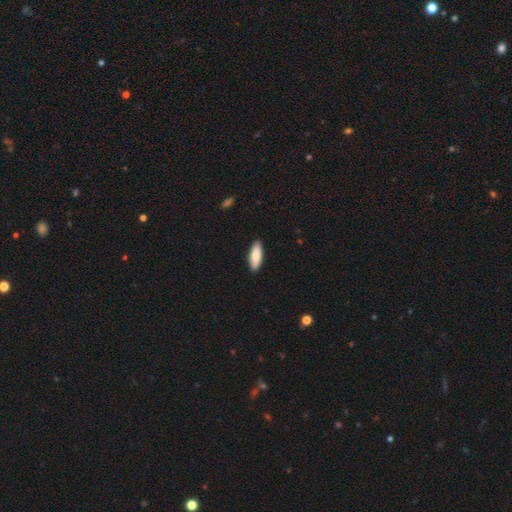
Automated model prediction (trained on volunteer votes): smooth 80%, featured or disk 14%, star or artifact 5%. Down the decision tree: how rounded — in between (60%); merging — none (90%).